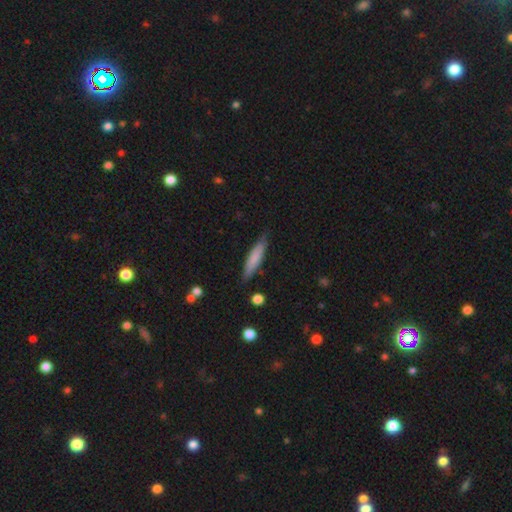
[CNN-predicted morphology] Q: Smooth or featured?
A: smooth (71%); runner-up: featured or disk (23%)
Q: How rounded?
A: cigar-shaped (85%); runner-up: in between (13%)
Q: Merging?
A: none (85%); runner-up: minor disturbance (12%)